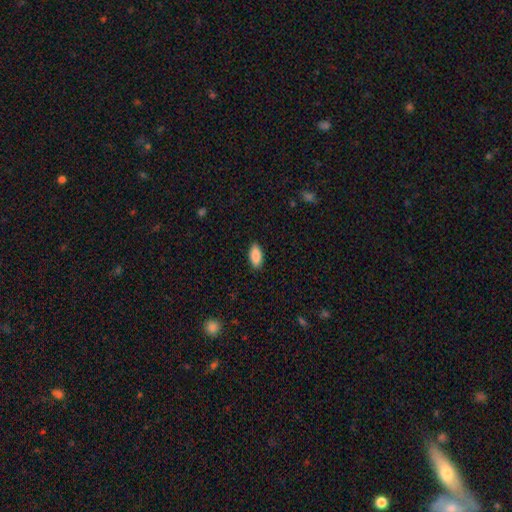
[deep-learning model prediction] Overall: smooth (89%). How rounded: in between (90%). Merging: none (89%).